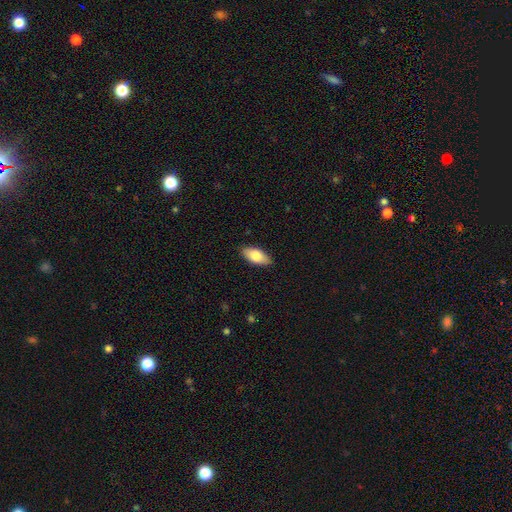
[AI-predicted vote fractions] Smooth or featured: smooth — 81% (featured or disk — 13%)
How rounded: in between — 90% (cigar-shaped — 8%)
Merging: none — 87% (minor disturbance — 10%)